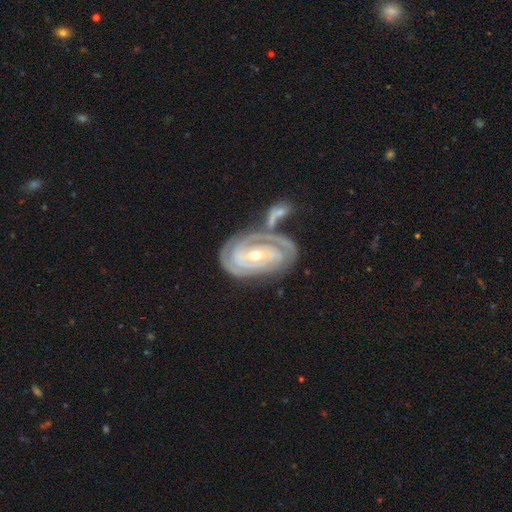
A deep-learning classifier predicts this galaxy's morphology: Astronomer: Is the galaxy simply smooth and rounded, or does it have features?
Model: featured or disk — 89%.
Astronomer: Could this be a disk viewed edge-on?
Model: no — 96%.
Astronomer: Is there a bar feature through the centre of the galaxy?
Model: no — 50% (runner-up: weak, 31%).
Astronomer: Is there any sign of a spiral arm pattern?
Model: yes — 96%.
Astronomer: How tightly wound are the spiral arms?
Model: tight — 82%.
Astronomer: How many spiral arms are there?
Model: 2 — 38% (runner-up: can't tell, 23%).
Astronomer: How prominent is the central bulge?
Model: small — 49% (runner-up: moderate, 48%).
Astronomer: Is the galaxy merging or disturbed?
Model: none — 49% (runner-up: merger, 25%).